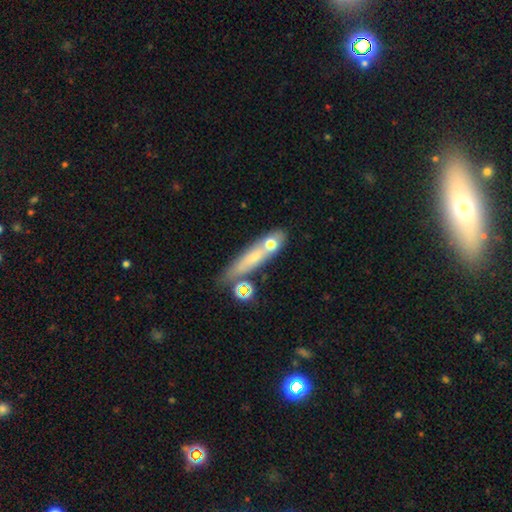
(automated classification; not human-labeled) This is possibly a smooth galaxy (53%). How rounded: likely cigar-shaped (74%). Merging: possibly none (57%).